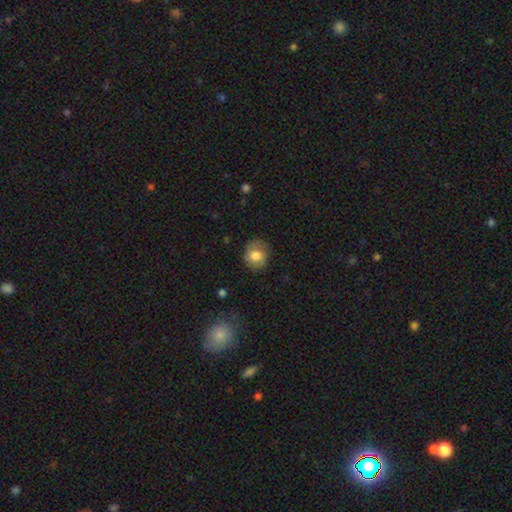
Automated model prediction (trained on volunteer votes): Smooth or featured? smooth (70%)
How rounded? round (76%)
Merging? none (71%)